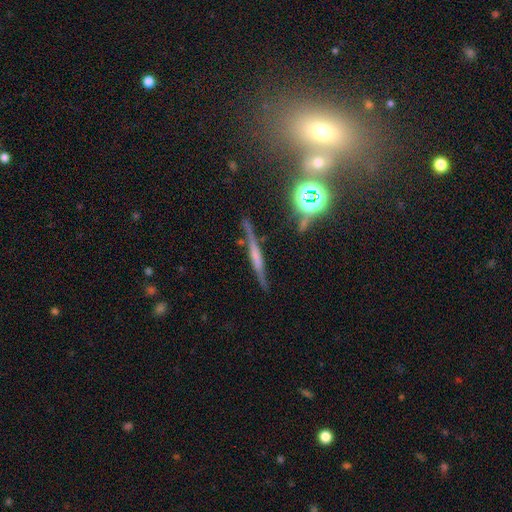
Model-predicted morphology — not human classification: Smooth or featured: featured or disk — 54% (smooth — 27%)
Edge-on disk: yes — 92% (no — 8%)
Merging: none — 79% (minor disturbance — 14%)